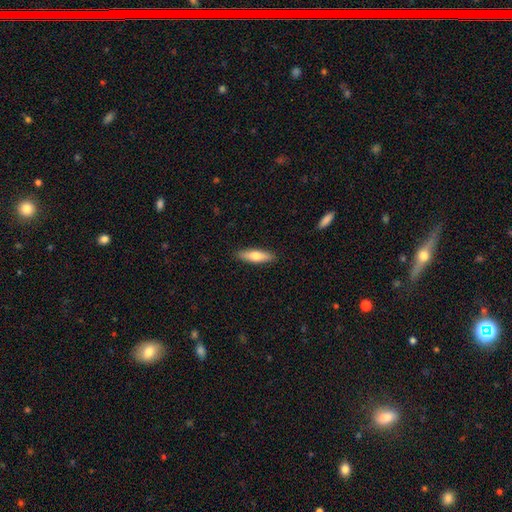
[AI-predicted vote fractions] smooth 68%, featured or disk 26%, star or artifact 6%. Down the decision tree: how rounded — cigar-shaped (60%); merging — none (89%).